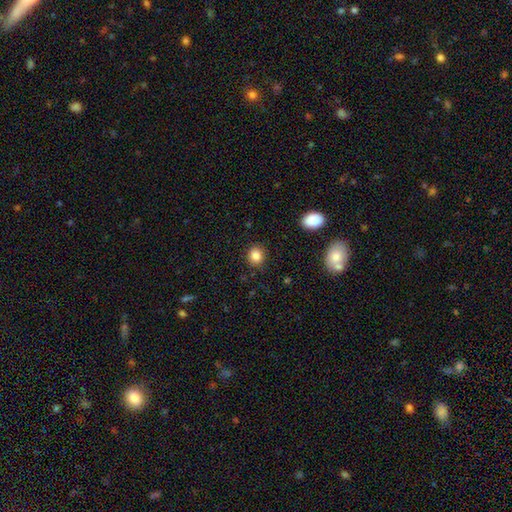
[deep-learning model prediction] This appears to be a smooth galaxy with no disk features (85%) that is round (80%). Merging: none (89%).